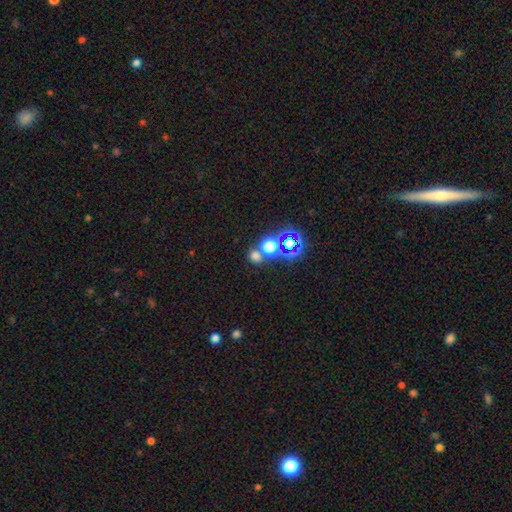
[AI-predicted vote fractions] Smooth or featured? smooth (61%)
How rounded? round (75%)
Merging? none (65%)